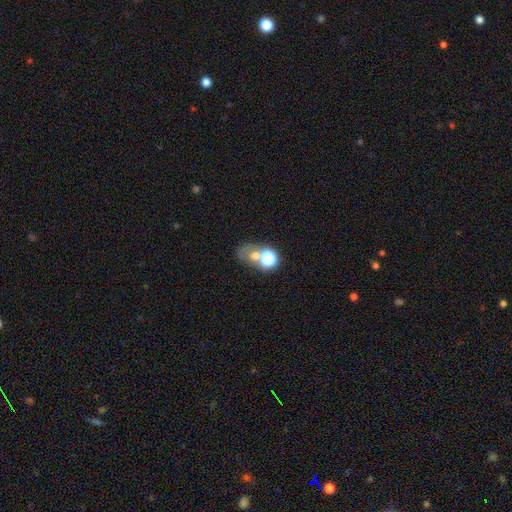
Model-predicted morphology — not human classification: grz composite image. It shows a smooth galaxy with no disk features (51%) that is round (50%). Merging: merger (41%).